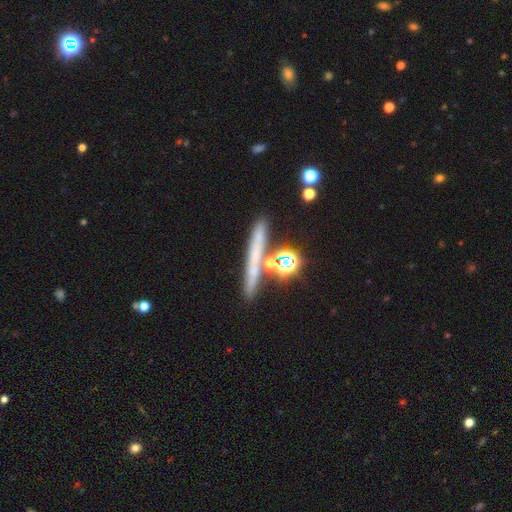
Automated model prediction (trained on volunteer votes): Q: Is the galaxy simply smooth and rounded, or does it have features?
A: smooth — 45%.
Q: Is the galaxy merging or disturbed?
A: none — 73%.